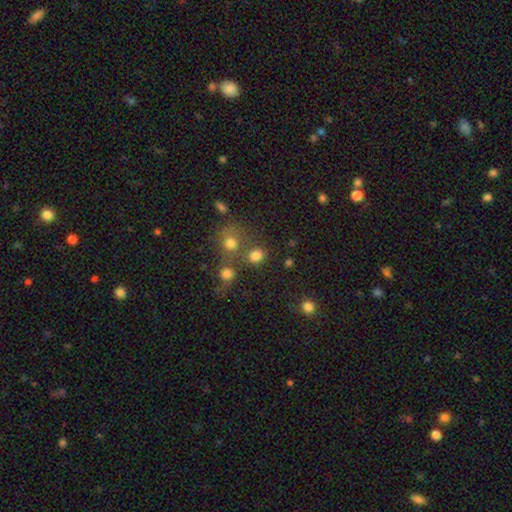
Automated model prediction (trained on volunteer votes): Smooth or featured?
  - smooth: 79% *
  - star or artifact: 15%
  - featured or disk: 6%
How rounded?
  - round: 73% *
  - in between: 25%
  - cigar-shaped: 1%
Merging?
  - none: 59% *
  - merger: 25%
  - minor disturbance: 10%
  - major disturbance: 6%